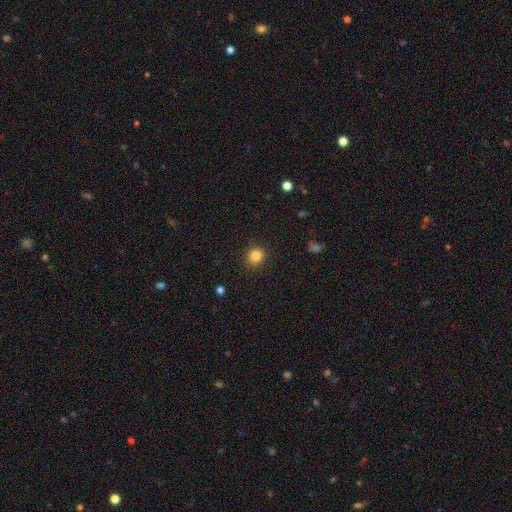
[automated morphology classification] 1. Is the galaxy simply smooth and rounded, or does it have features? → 85% smooth, 11% star or artifact, 4% featured or disk.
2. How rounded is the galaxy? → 91% round, 8% in between, 1% cigar-shaped.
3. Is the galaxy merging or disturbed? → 90% none, 6% minor disturbance, 2% major disturbance, 1% merger.